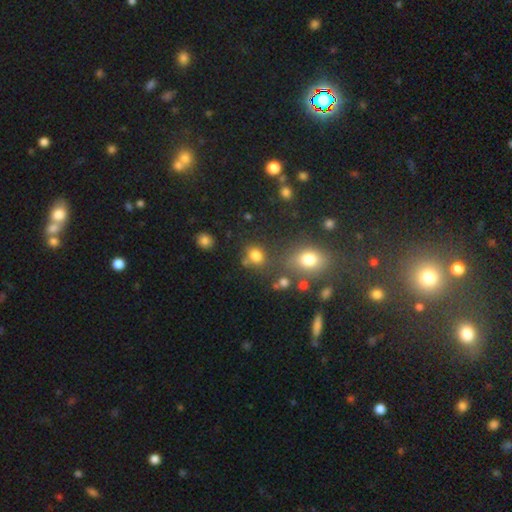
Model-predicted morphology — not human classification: A smooth galaxy with no disk features (75%) that is round (60%).

Vote fractions:
- Smooth or featured? smooth: 75% / star or artifact: 17% / featured or disk: 8%
- How rounded? round: 60% / in between: 38% / cigar-shaped: 2%
- Merging? none: 63% / merger: 16% / minor disturbance: 14% / major disturbance: 7%